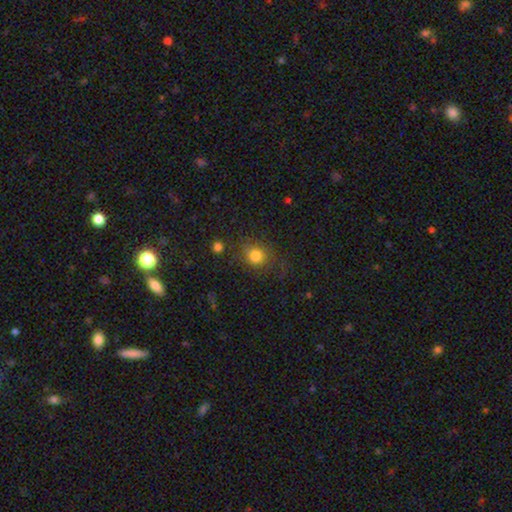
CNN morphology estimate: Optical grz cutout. It shows a smooth galaxy with no disk features (79%) that is round (76%). Merging: none (72%).